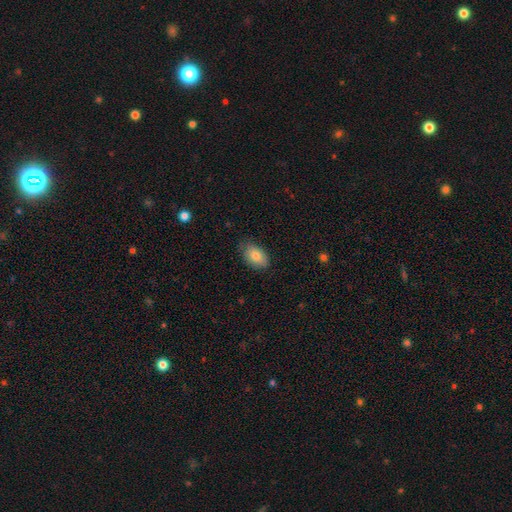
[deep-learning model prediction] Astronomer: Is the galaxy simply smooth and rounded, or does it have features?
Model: smooth — 80%.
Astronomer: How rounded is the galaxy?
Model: in between — 89%.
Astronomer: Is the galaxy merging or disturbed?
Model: none — 78%.